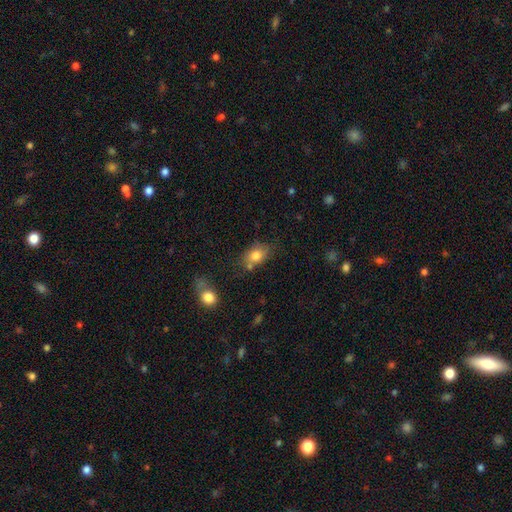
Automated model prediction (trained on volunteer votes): Morphology: type=smooth (80%); roundness=in between (73%); merging=none (64%).